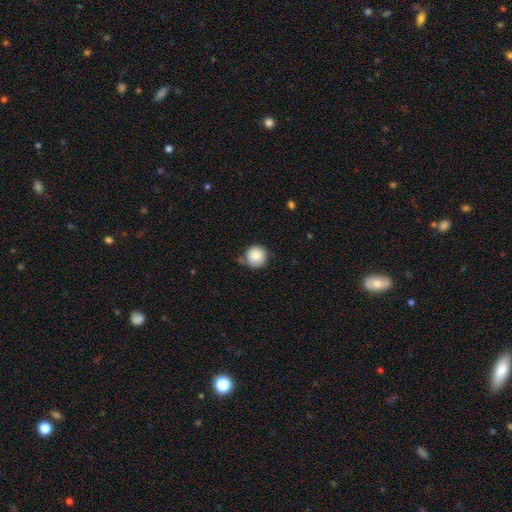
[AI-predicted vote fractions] smooth-or-featured: smooth: 85% | star or artifact: 8% | featured or disk: 7%
  how-rounded: round: 95% | in between: 4% | cigar-shaped: 1%
  merging: none: 75% | minor disturbance: 17% | merger: 4% | major disturbance: 4%